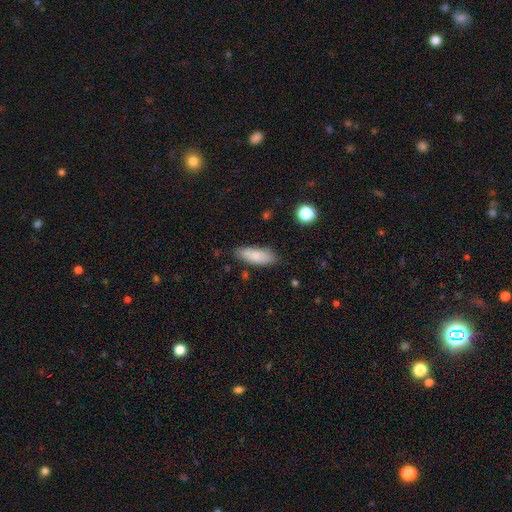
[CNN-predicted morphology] A smooth galaxy with no disk features (83%) that is in between round and cigar-shaped (70%).

Vote fractions:
- Smooth or featured? smooth: 83% / featured or disk: 11% / star or artifact: 6%
- How rounded? in between: 70% / cigar-shaped: 28% / round: 2%
- Merging? none: 82% / minor disturbance: 13% / major disturbance: 3% / merger: 2%